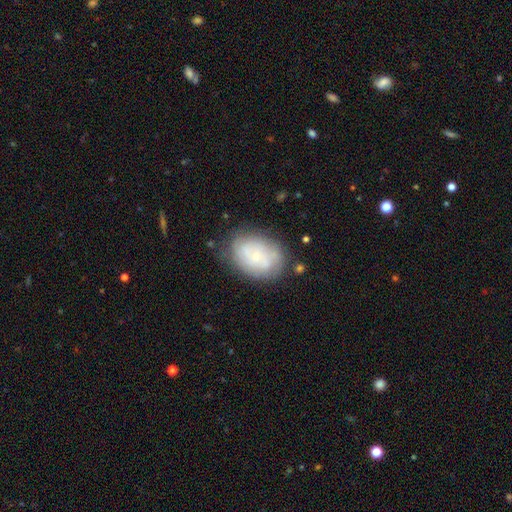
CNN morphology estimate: A smooth galaxy with no disk features (48%).

Vote fractions:
- Smooth or featured? smooth: 48% / featured or disk: 43% / star or artifact: 9%
- Merging? none: 68% / minor disturbance: 20% / major disturbance: 7% / merger: 4%